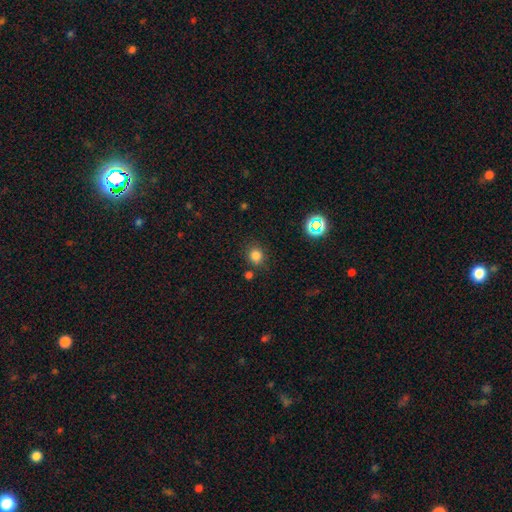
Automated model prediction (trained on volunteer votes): Smooth or featured? smooth (80%)
How rounded? round (82%)
Merging? none (81%)